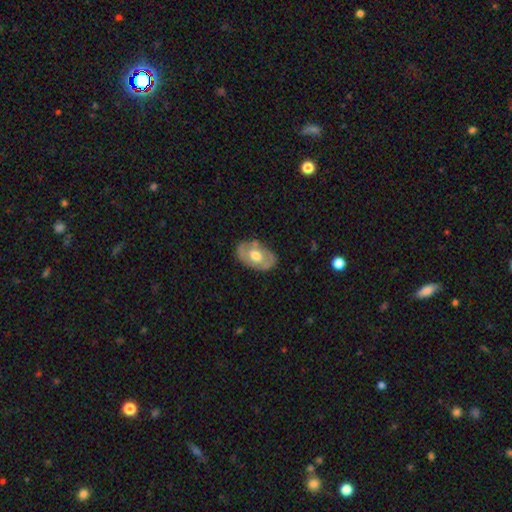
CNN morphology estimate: smooth-or-featured: featured or disk: 58% | smooth: 37% | star or artifact: 5%
  disk-edge-on: no: 92% | yes: 8%
    bar: no: 70% | weak: 24% | strong: 6%
    has-spiral-arms: no: 63% | yes: 37%
    bulge-size: moderate: 64% | large: 27% | small: 7% | none: 1% | dominant: 1%
  merging: none: 76% | minor disturbance: 17% | major disturbance: 5% | merger: 2%